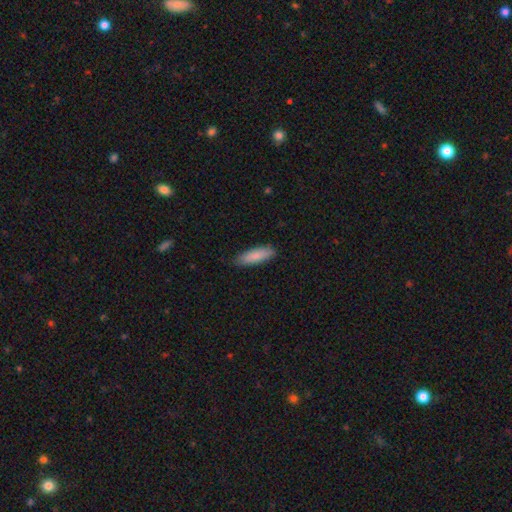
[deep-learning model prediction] This is clearly a smooth galaxy (86%). How rounded: possibly cigar-shaped (51%). Merging: clearly none (84%).